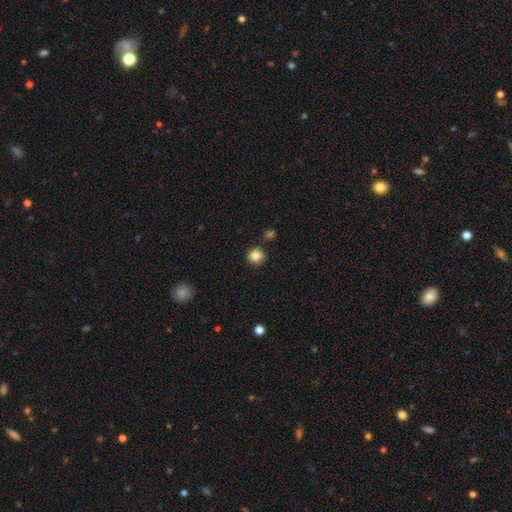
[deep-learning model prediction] The model was most divided on "smooth or featured": smooth: 84%, star or artifact: 11%, featured or disk: 5%. More confident: how rounded — round (91%); merging — none (89%).